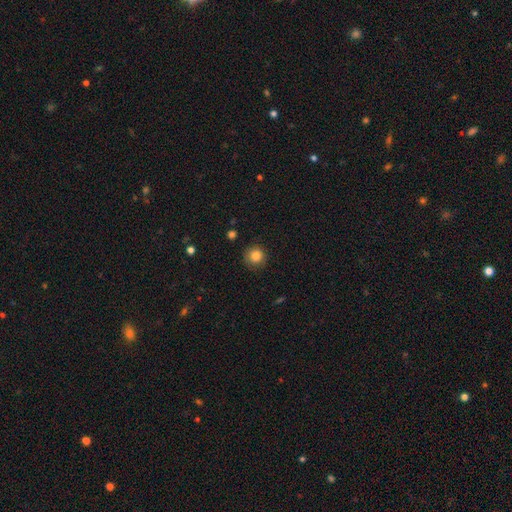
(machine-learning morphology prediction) type=smooth (84%); roundness=round (94%); merging=none (85%).